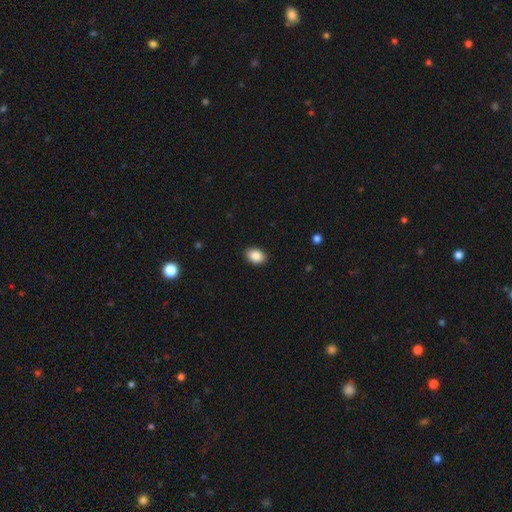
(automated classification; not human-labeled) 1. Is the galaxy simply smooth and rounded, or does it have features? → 87% smooth, 8% star or artifact, 5% featured or disk.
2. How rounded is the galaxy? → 81% in between, 18% round, 1% cigar-shaped.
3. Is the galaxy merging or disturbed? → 90% none, 7% minor disturbance, 2% major disturbance, 1% merger.